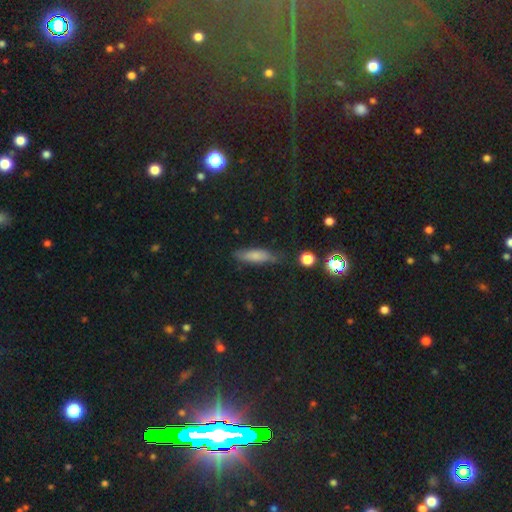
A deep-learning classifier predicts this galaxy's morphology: Q: Smooth or featured?
A: smooth (71%); runner-up: featured or disk (17%)
Q: How rounded?
A: in between (48%); tied with: cigar-shaped (48%)
Q: Merging?
A: none (72%); runner-up: minor disturbance (20%)